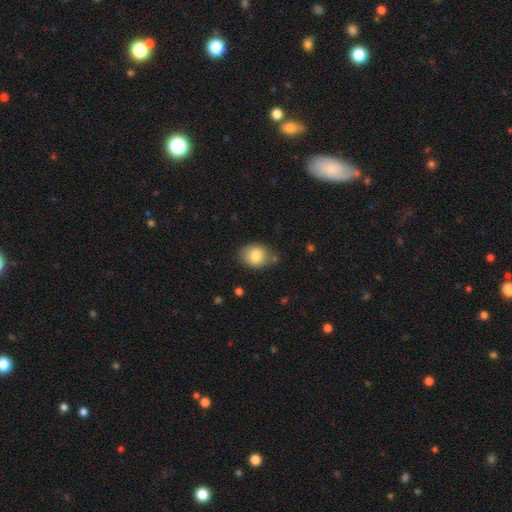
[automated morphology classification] smooth-or-featured: smooth: 80% | featured or disk: 12% | star or artifact: 8%
  how-rounded: in between: 57% | round: 42% | cigar-shaped: 1%
  merging: none: 75% | minor disturbance: 18% | merger: 4% | major disturbance: 4%